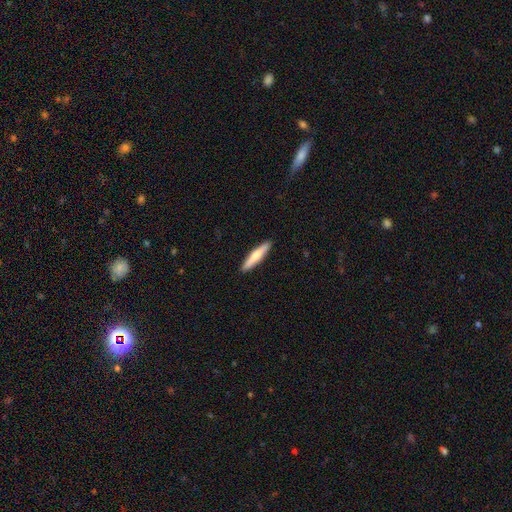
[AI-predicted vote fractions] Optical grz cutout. It shows a smooth galaxy with no disk features (63%) that is cigar-shaped (88%). Merging: none (91%).